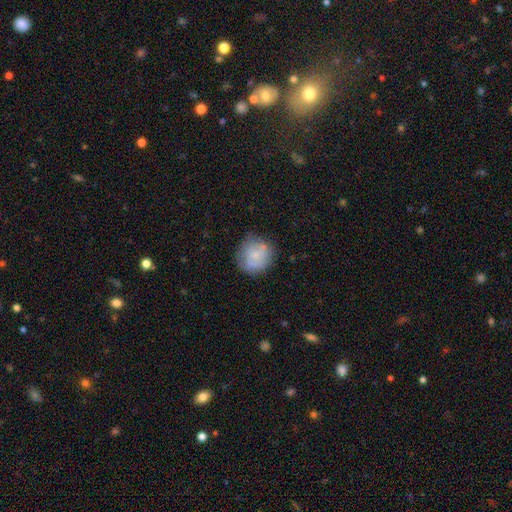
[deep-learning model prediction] smooth_or_featured: smooth (p=0.60) [alt: featured or disk p=0.32]
how_rounded: round (p=0.87) [alt: in between p=0.12]
merging: none (p=0.68) [alt: minor disturbance p=0.22]